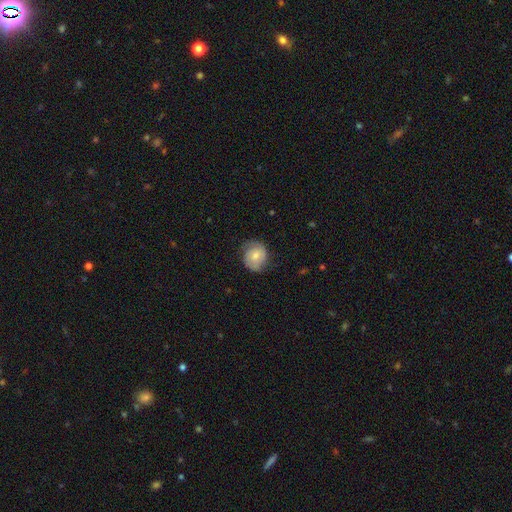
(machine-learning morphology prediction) Smooth or featured: smooth — 53% (featured or disk — 40%)
How rounded: round — 70% (in between — 29%)
Merging: none — 63% (minor disturbance — 27%)